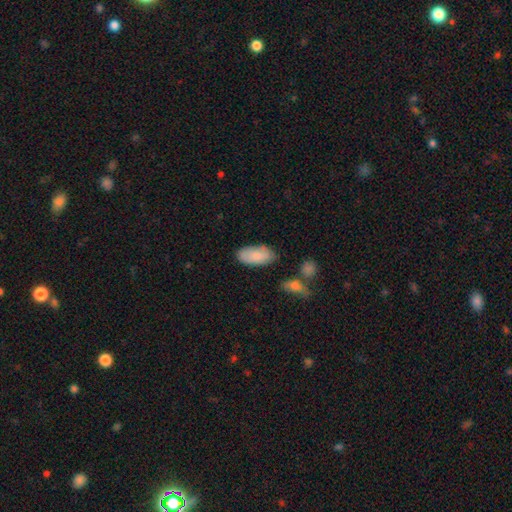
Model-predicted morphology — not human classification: Smooth or featured: smooth — 84% (featured or disk — 10%)
How rounded: in between — 92% (cigar-shaped — 6%)
Merging: none — 76% (minor disturbance — 17%)